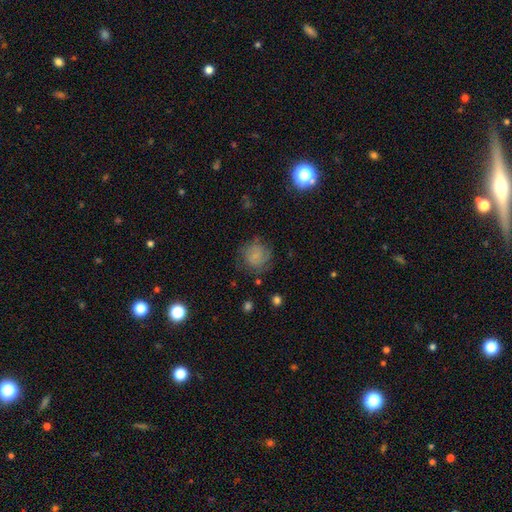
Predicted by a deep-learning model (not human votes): Smooth or featured?
  - smooth: 68% *
  - featured or disk: 22%
  - star or artifact: 11%
How rounded?
  - round: 87% *
  - in between: 12%
  - cigar-shaped: 1%
Merging?
  - none: 66% *
  - minor disturbance: 21%
  - major disturbance: 11%
  - merger: 2%